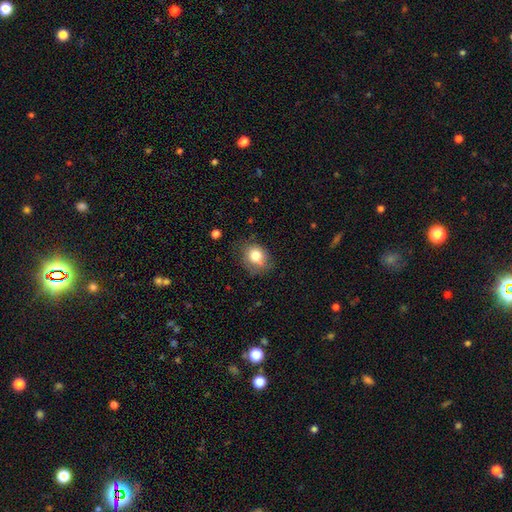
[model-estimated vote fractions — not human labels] A smooth galaxy with no disk features (79%) that is round (61%).

Vote fractions:
- Smooth or featured? smooth: 79% / featured or disk: 11% / star or artifact: 10%
- How rounded? round: 61% / in between: 38% / cigar-shaped: 1%
- Merging? none: 65% / minor disturbance: 26% / major disturbance: 8% / merger: 2%